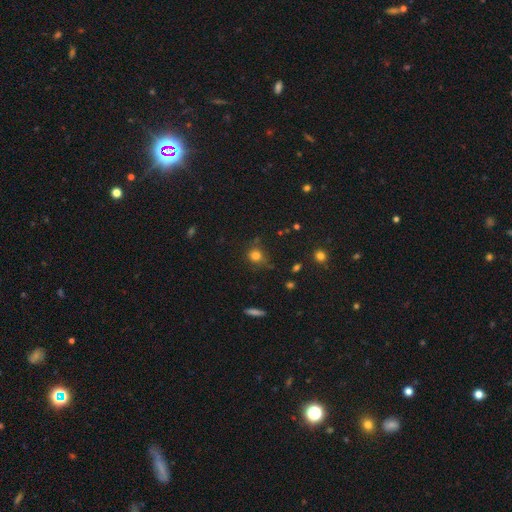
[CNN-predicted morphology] type=smooth (79%); roundness=round (85%); merging=none (73%).